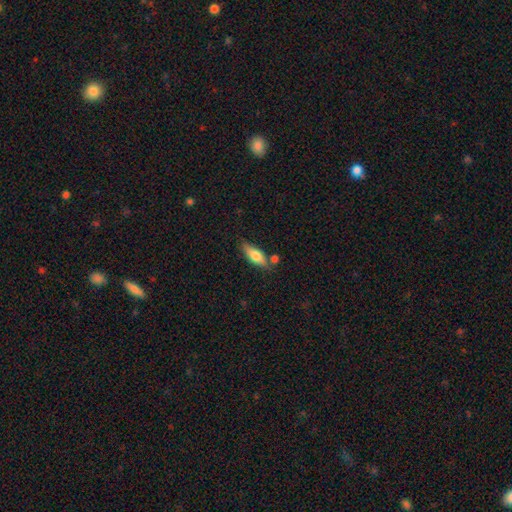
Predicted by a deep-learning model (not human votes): A smooth galaxy with no disk features (73%) that is in between round and cigar-shaped (68%).

Vote fractions:
- Smooth or featured? smooth: 73% / featured or disk: 21% / star or artifact: 6%
- How rounded? in between: 68% / cigar-shaped: 30% / round: 3%
- Merging? none: 68% / minor disturbance: 17% / merger: 11% / major disturbance: 4%